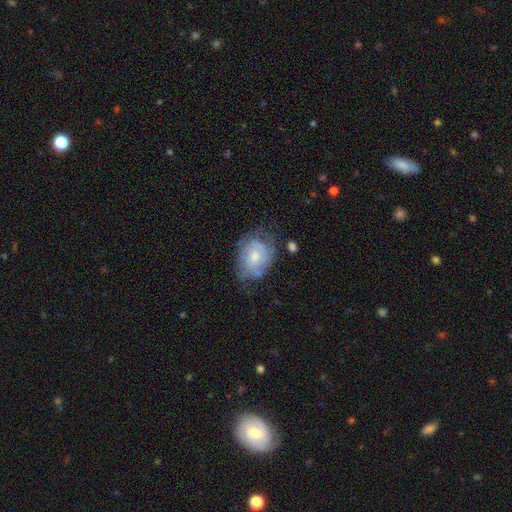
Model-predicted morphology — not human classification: A featured or disk galaxy (48%).

Vote fractions:
- Smooth or featured? featured or disk: 48% / smooth: 45% / star or artifact: 7%
- Merging? none: 49% / minor disturbance: 31% / major disturbance: 16% / merger: 4%